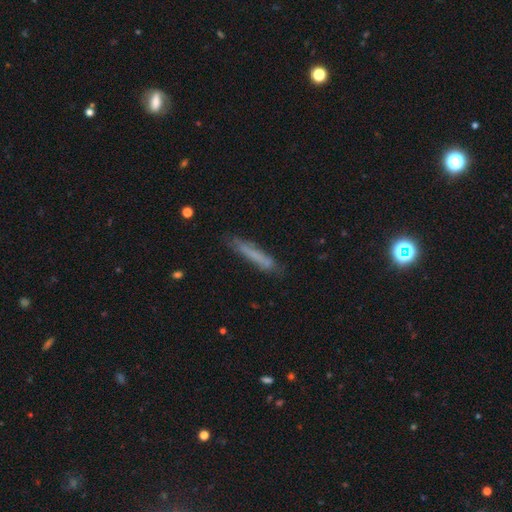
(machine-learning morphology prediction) Q: Smooth or featured?
A: smooth (66%); runner-up: featured or disk (26%)
Q: How rounded?
A: cigar-shaped (93%); runner-up: in between (5%)
Q: Merging?
A: none (77%); runner-up: minor disturbance (16%)